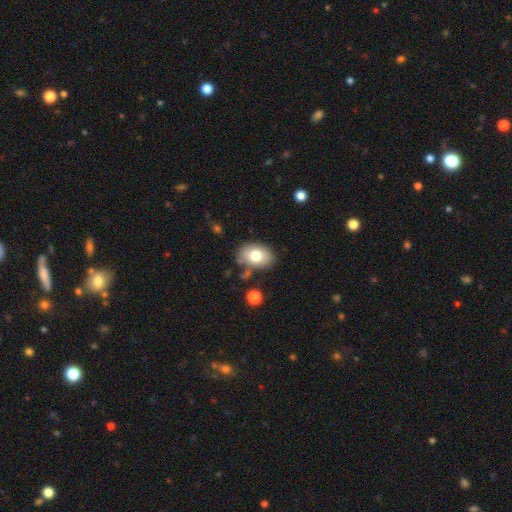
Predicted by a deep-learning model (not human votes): A smooth galaxy with no disk features (76%) that is in between round and cigar-shaped (79%).

Vote fractions:
- Smooth or featured? smooth: 76% / featured or disk: 16% / star or artifact: 8%
- How rounded? in between: 79% / round: 20% / cigar-shaped: 1%
- Merging? none: 76% / minor disturbance: 15% / merger: 5% / major disturbance: 4%